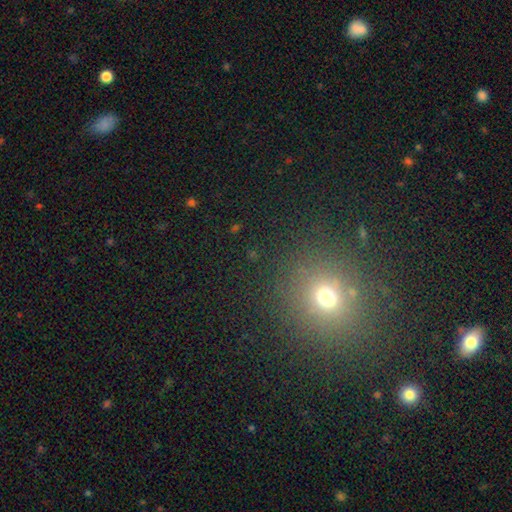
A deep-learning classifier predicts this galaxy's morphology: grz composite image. It shows a smooth galaxy with no disk features (52%) that is round (83%). Merging: none (86%).